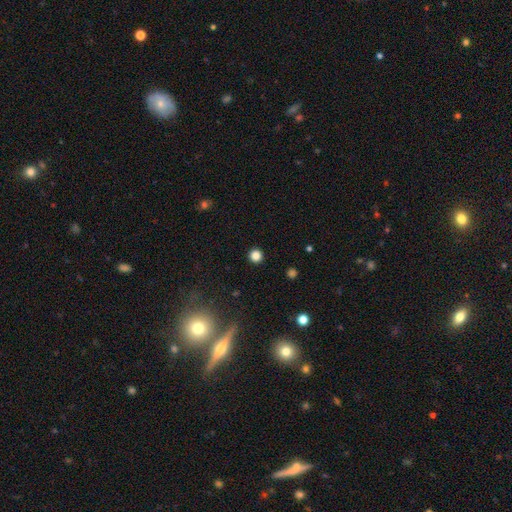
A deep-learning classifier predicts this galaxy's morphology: A smooth galaxy with no disk features (84%) that is round (94%).

Vote fractions:
- Smooth or featured? smooth: 84% / star or artifact: 13% / featured or disk: 4%
- How rounded? round: 94% / in between: 5% / cigar-shaped: 1%
- Merging? none: 93% / minor disturbance: 4% / major disturbance: 2% / merger: 1%